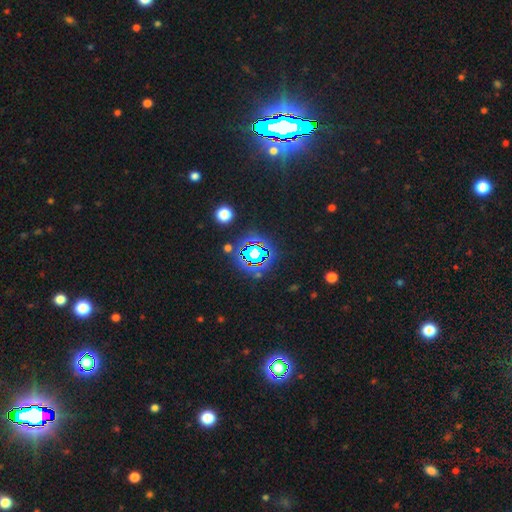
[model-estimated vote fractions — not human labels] Smooth or featured? star or artifact (81%)